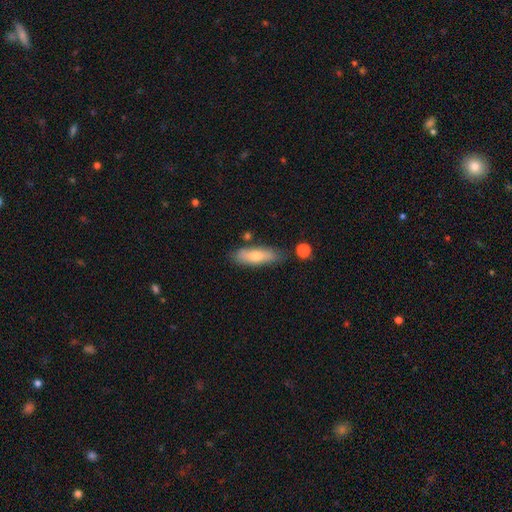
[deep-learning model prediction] This appears to be a smooth galaxy with no disk features (67%) that is cigar-shaped (50%). Merging: none (81%).